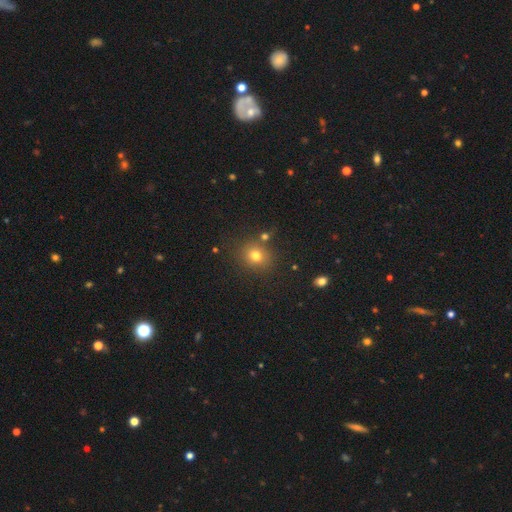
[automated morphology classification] smooth_or_featured: smooth (p=0.74) [alt: star or artifact p=0.17]
how_rounded: round (p=0.80) [alt: in between p=0.19]
merging: none (p=0.79) [alt: minor disturbance p=0.10]